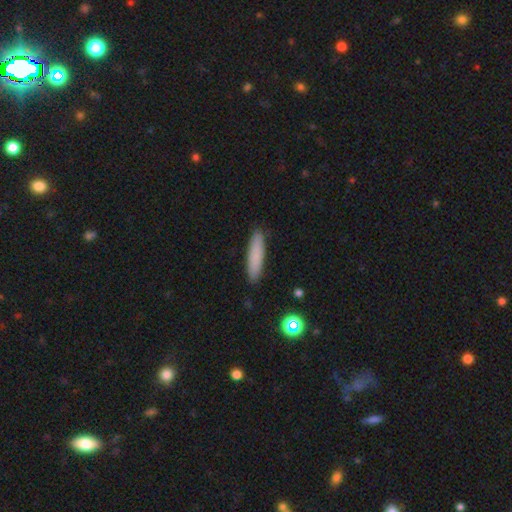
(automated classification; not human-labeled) smooth 83%, featured or disk 10%, star or artifact 7%. Down the decision tree: how rounded — cigar-shaped (83%); merging — none (90%).